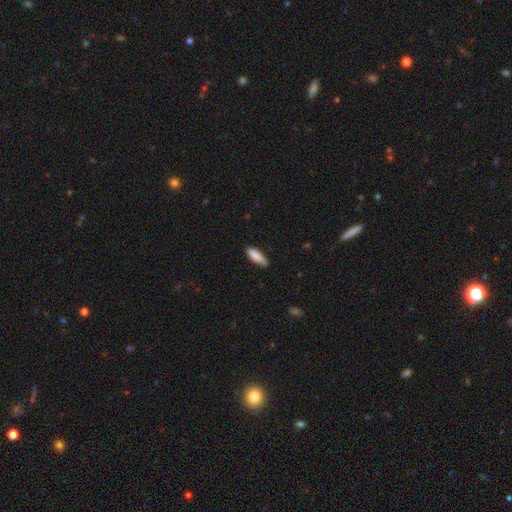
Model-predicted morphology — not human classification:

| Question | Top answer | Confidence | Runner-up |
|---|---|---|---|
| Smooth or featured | smooth | 85% | featured or disk (10%) |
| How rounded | in between | 60% | cigar-shaped (38%) |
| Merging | none | 77% | minor disturbance (19%) |